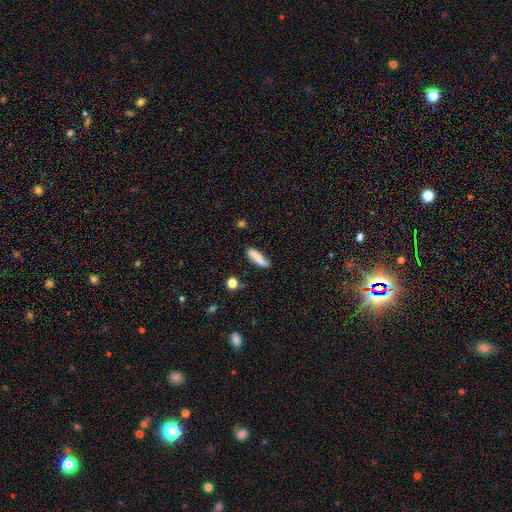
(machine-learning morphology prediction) Smooth or featured? smooth (68%)
How rounded? cigar-shaped (60%)
Merging? none (65%)